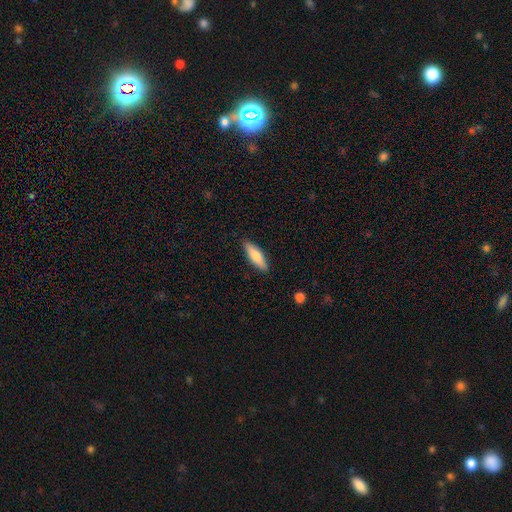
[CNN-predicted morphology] Smooth or featured? smooth (72%)
How rounded? cigar-shaped (54%)
Merging? none (88%)